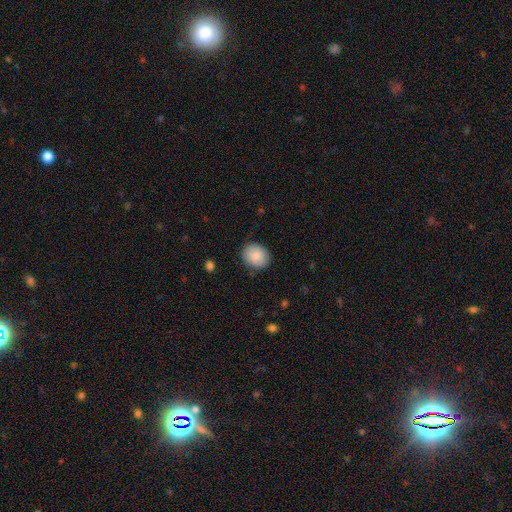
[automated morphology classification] A smooth galaxy with no disk features (84%) that is round (53%). Merging: none (84%).